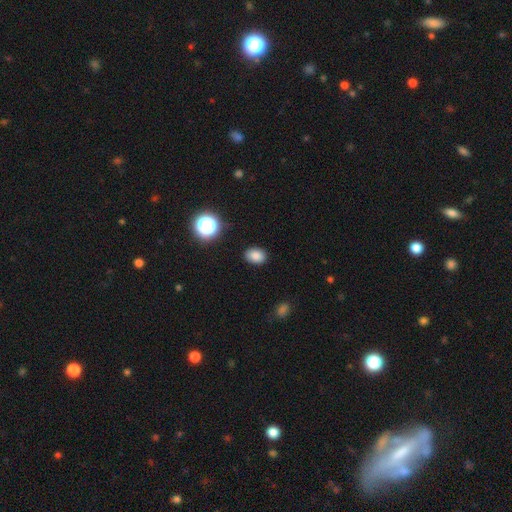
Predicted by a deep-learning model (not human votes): Q: Smooth or featured?
A: smooth (83%); runner-up: star or artifact (12%)
Q: How rounded?
A: in between (72%); runner-up: round (27%)
Q: Merging?
A: none (88%); runner-up: minor disturbance (9%)